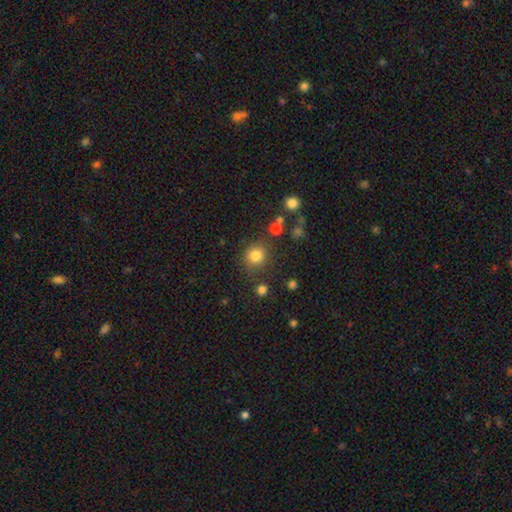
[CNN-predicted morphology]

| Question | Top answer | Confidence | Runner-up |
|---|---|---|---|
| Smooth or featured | smooth | 81% | star or artifact (13%) |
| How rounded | round | 87% | in between (12%) |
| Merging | none | 80% | minor disturbance (11%) |